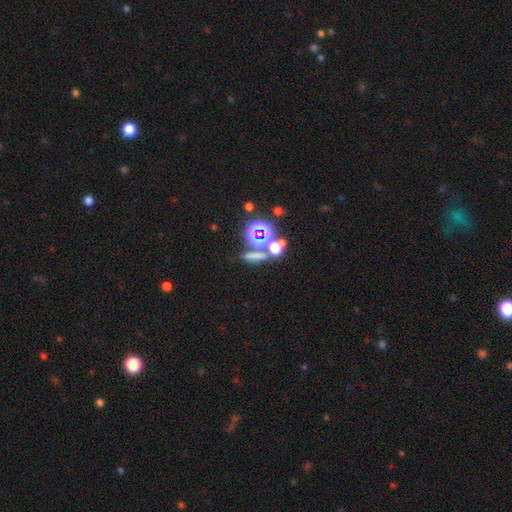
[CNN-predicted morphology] A smooth galaxy with no disk features (52%) that is round (41%). Merging: none (61%).